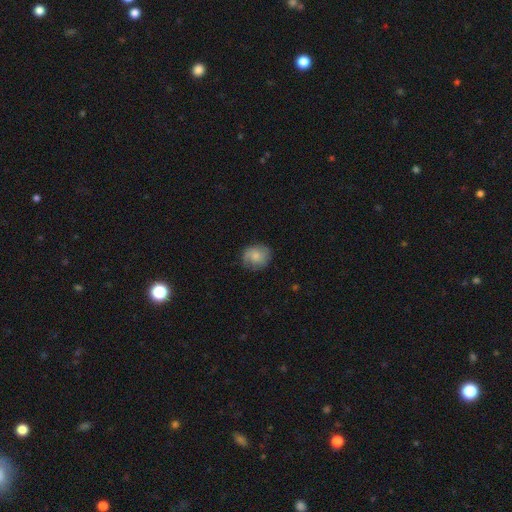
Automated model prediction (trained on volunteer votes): A smooth galaxy with no disk features (69%) that is round (73%). Merging: none (72%).